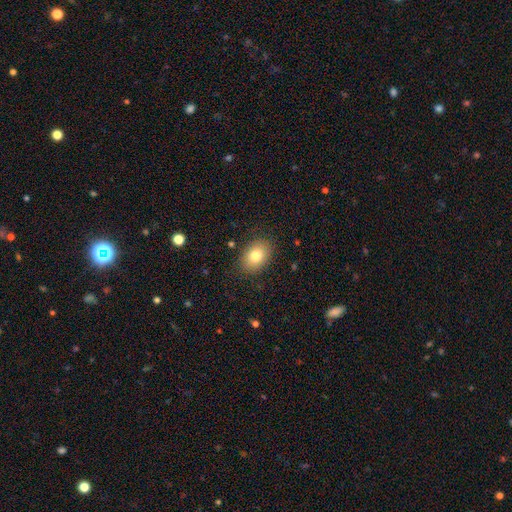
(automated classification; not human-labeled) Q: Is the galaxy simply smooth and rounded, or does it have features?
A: smooth — 80%.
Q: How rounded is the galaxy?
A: in between — 81%.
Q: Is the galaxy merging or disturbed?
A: none — 85%.